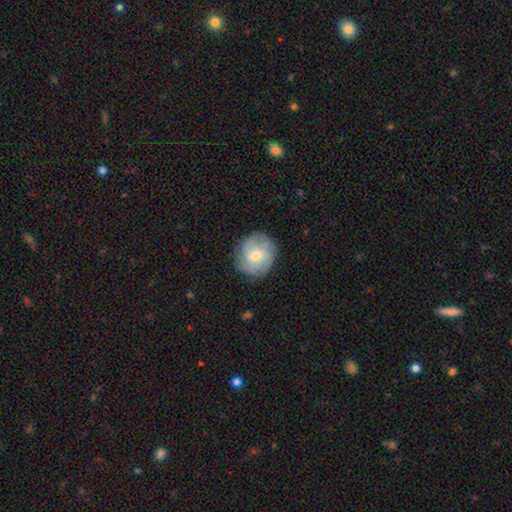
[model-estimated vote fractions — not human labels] Smooth or featured? Predicted: featured or disk (p=0.61). Edge-on disk? Predicted: no (p=0.98). Bar? Predicted: no (p=0.60). Spiral arms? Predicted: yes (p=0.89). Spiral winding? Predicted: tight (p=0.50). Spiral arm count? Predicted: can't tell (p=0.31). Bulge size? Predicted: small (p=0.52). Merging? Predicted: none (p=0.83).